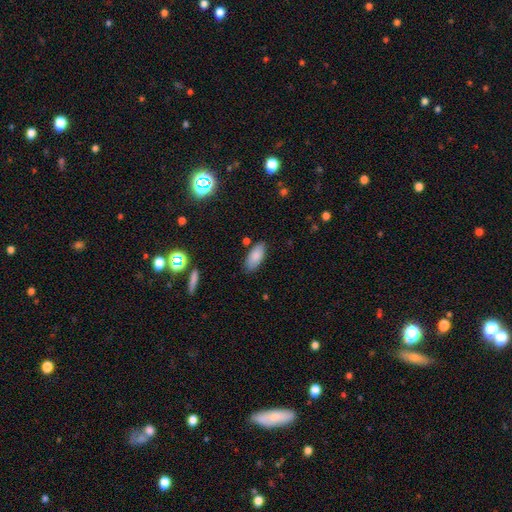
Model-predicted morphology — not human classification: Q: Smooth or featured?
A: smooth (86%); runner-up: star or artifact (7%)
Q: How rounded?
A: in between (87%); runner-up: cigar-shaped (11%)
Q: Merging?
A: none (81%); runner-up: minor disturbance (14%)